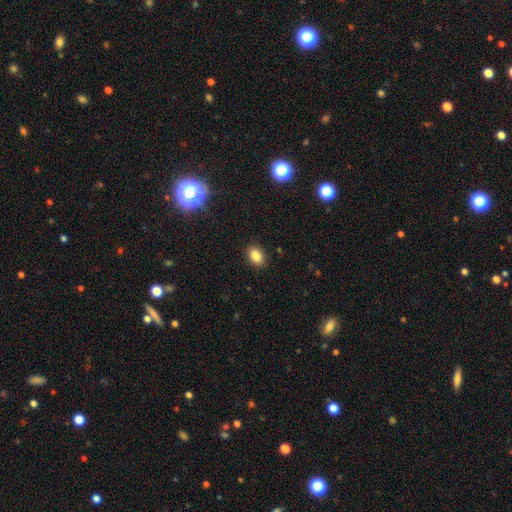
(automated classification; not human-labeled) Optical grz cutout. It shows a smooth galaxy with no disk features (85%) that is in between round and cigar-shaped (83%). Merging: none (88%).